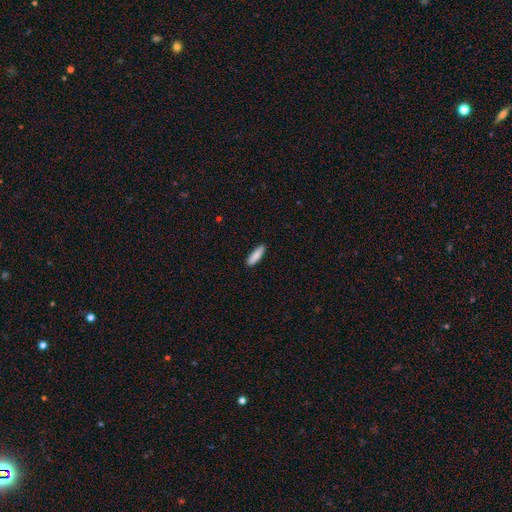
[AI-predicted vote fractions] This is clearly a smooth galaxy (86%). How rounded: likely cigar-shaped (68%). Merging: clearly none (89%).